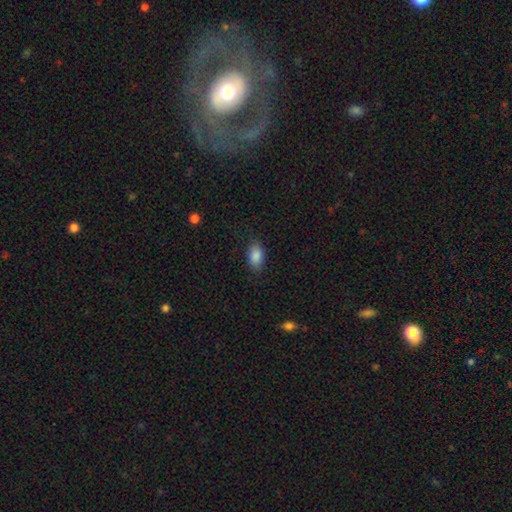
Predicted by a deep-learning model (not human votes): This is clearly a smooth galaxy (87%). How rounded: clearly in between (89%). Merging: clearly none (82%).